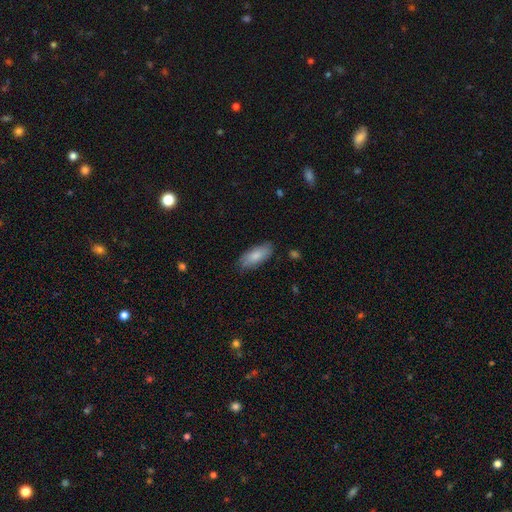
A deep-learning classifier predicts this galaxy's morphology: Smooth or featured: smooth — 83% (featured or disk — 12%)
How rounded: in between — 83% (cigar-shaped — 15%)
Merging: none — 81% (minor disturbance — 15%)